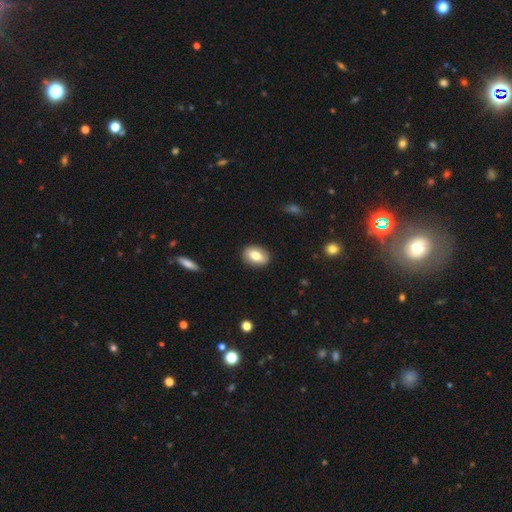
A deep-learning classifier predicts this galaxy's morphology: Overall: smooth (74%). How rounded: in between (78%). Merging: none (87%).